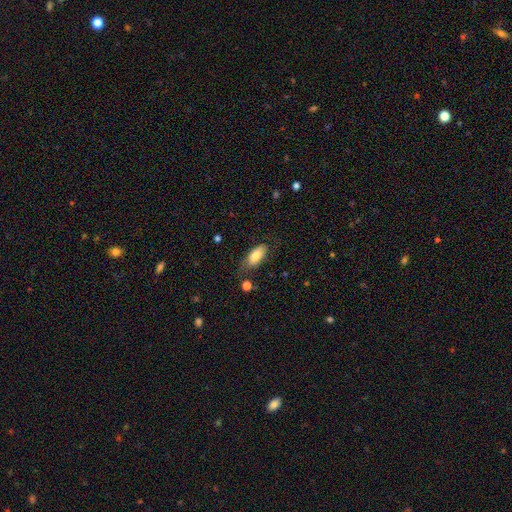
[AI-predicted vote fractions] smooth-or-featured: smooth: 80% | featured or disk: 13% | star or artifact: 7%
  how-rounded: in between: 86% | cigar-shaped: 11% | round: 3%
  merging: none: 65% | minor disturbance: 24% | major disturbance: 8% | merger: 3%